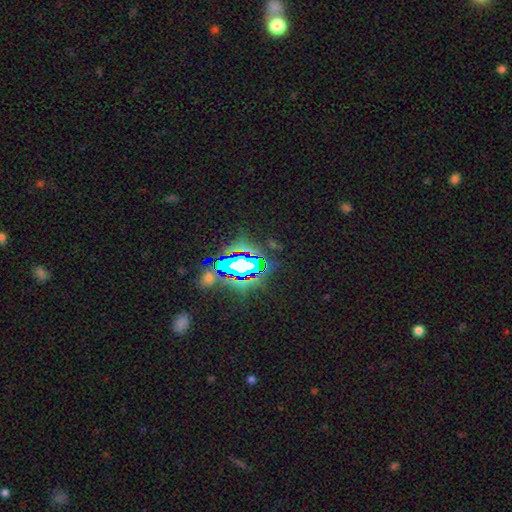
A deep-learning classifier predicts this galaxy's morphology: star or artifact 78%, smooth 13%, featured or disk 9%.